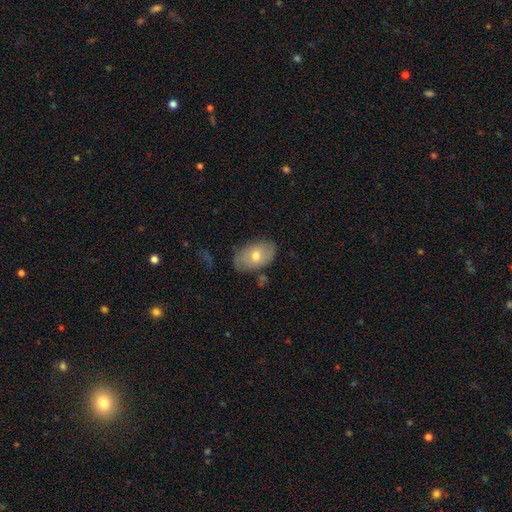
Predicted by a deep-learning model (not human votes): smooth_or_featured: smooth (p=0.64) [alt: featured or disk p=0.30]
how_rounded: in between (p=0.90) [alt: round p=0.09]
merging: none (p=0.75) [alt: minor disturbance p=0.17]